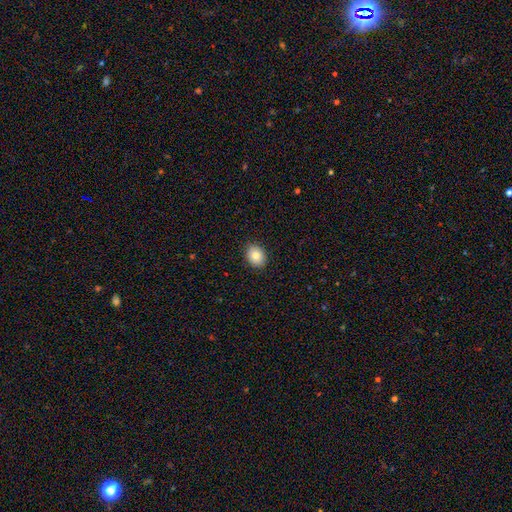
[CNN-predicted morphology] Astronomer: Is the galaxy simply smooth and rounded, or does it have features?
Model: smooth — 81%.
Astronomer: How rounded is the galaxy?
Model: in between — 54% (runner-up: round, 45%).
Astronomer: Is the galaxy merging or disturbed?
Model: none — 90%.